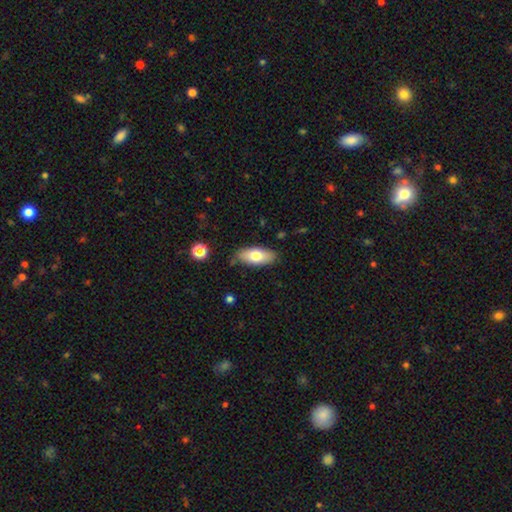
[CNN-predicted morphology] smooth-or-featured: smooth: 73% | featured or disk: 20% | star or artifact: 6%
  how-rounded: in between: 86% | cigar-shaped: 12% | round: 3%
  merging: none: 82% | minor disturbance: 13% | major disturbance: 3% | merger: 2%